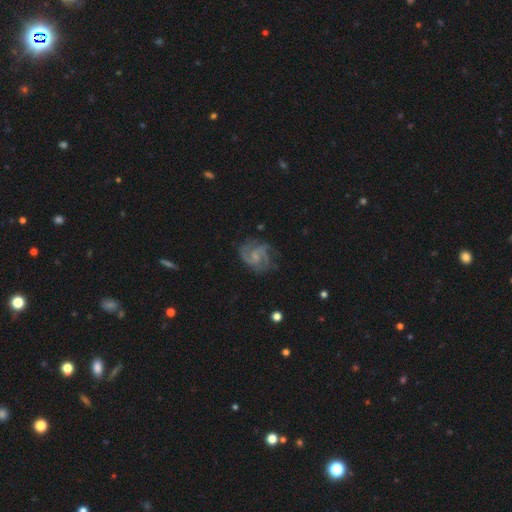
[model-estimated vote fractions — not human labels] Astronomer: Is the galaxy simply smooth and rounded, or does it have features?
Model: featured or disk — 84%.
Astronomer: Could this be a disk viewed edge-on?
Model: no — 98%.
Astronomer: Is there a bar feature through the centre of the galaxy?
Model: no — 47% (runner-up: weak, 46%).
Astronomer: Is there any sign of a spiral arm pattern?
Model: yes — 95%.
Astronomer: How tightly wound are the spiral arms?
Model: medium — 53% (runner-up: tight, 28%).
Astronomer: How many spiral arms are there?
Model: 2 — 50%.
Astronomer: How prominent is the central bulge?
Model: small — 54%.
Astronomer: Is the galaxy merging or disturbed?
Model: none — 64%.